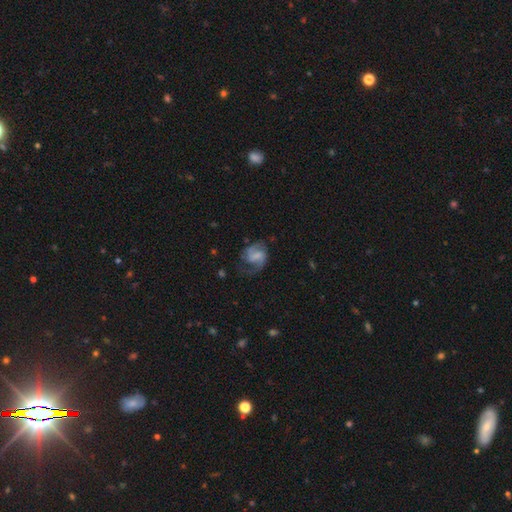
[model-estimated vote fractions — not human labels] Smooth or featured: featured or disk — 76% (smooth — 17%)
Edge-on disk: no — 98% (yes — 2%)
Bar: weak — 51% (no — 27%)
Spiral arms: yes — 93% (no — 7%)
Spiral winding: medium — 50% (loose — 31%)
Spiral arm count: 2 — 81% (1 — 9%)
Bulge size: none — 42% (small — 29%)
Merging: none — 57% (minor disturbance — 21%)